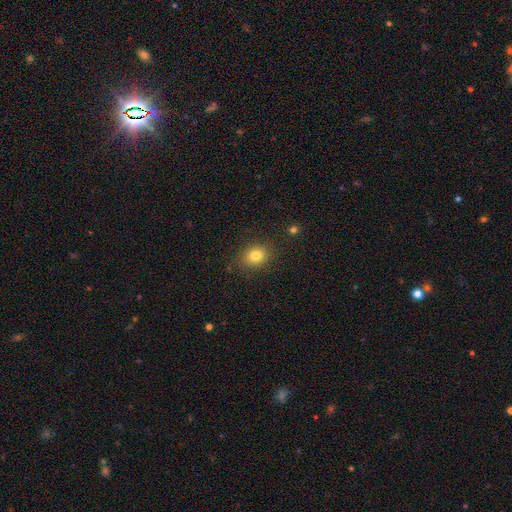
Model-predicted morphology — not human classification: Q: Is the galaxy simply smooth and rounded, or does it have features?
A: smooth — 80%.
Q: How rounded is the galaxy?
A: round — 52%.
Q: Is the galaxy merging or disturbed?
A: none — 85%.